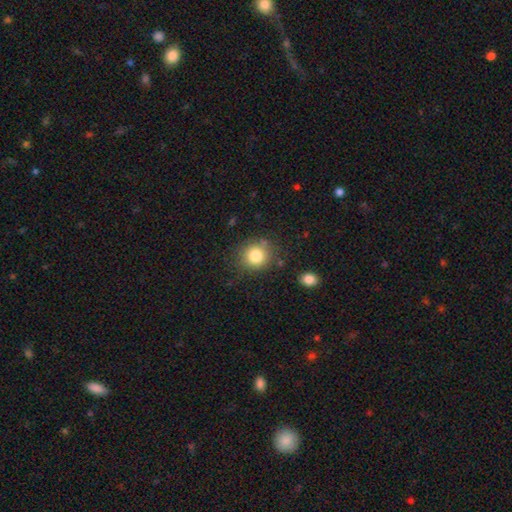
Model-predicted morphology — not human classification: A smooth galaxy with no disk features (82%) that is round (85%).

Vote fractions:
- Smooth or featured? smooth: 82% / star or artifact: 11% / featured or disk: 7%
- How rounded? round: 85% / in between: 14% / cigar-shaped: 1%
- Merging? none: 81% / minor disturbance: 11% / major disturbance: 4% / merger: 4%